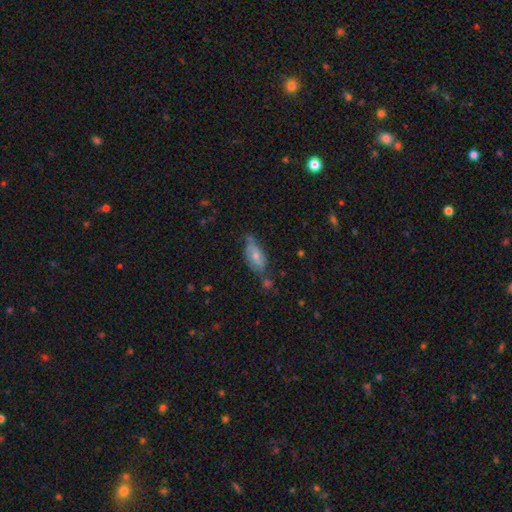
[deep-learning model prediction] smooth-or-featured: smooth: 53% | featured or disk: 39% | star or artifact: 8%
  how-rounded: in between: 85% | cigar-shaped: 11% | round: 4%
  merging: none: 47% | minor disturbance: 34% | major disturbance: 11% | merger: 9%